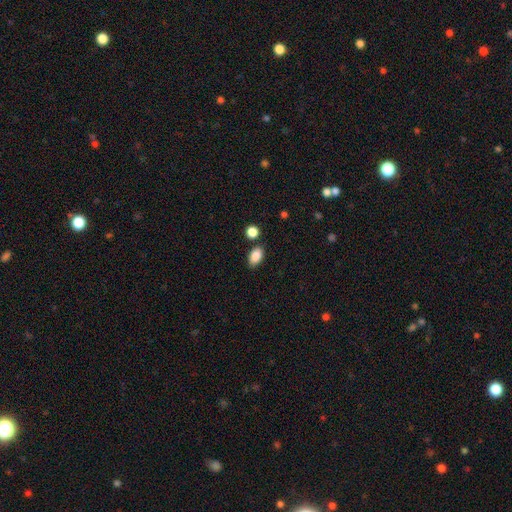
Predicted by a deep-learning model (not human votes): smooth-or-featured: smooth: 88% | star or artifact: 8% | featured or disk: 4%
  how-rounded: in between: 89% | round: 9% | cigar-shaped: 2%
  merging: none: 78% | minor disturbance: 13% | merger: 6% | major disturbance: 3%